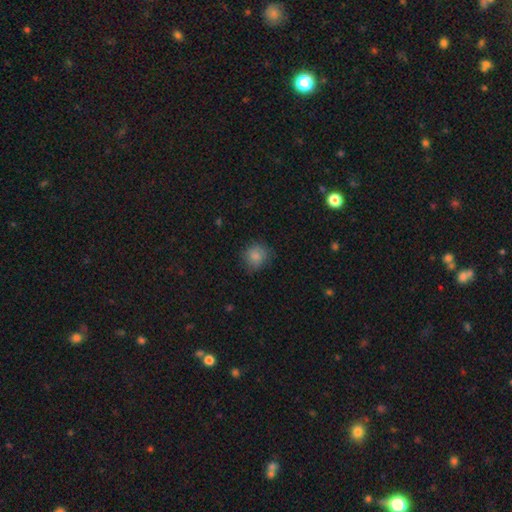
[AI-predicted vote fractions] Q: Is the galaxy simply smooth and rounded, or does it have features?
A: smooth — 85%.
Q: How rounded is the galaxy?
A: round — 84%.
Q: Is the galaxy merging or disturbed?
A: none — 77%.